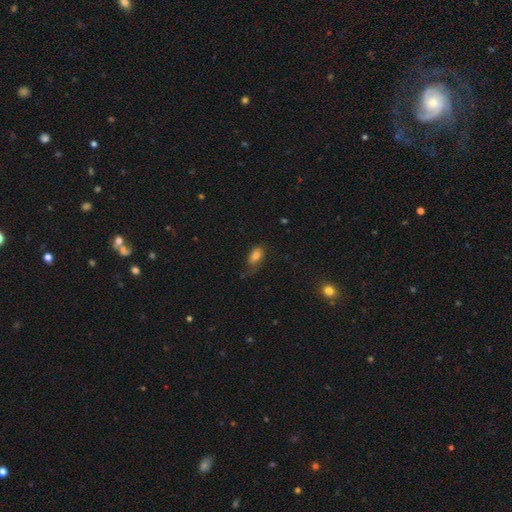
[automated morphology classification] A smooth galaxy with no disk features (78%) that is in between round and cigar-shaped (90%). Merging: none (56%).